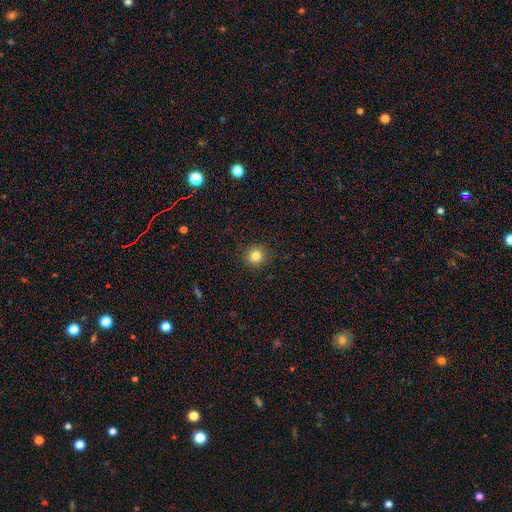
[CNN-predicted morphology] This is clearly a smooth galaxy (82%). How rounded: clearly round (93%). Merging: clearly none (91%).